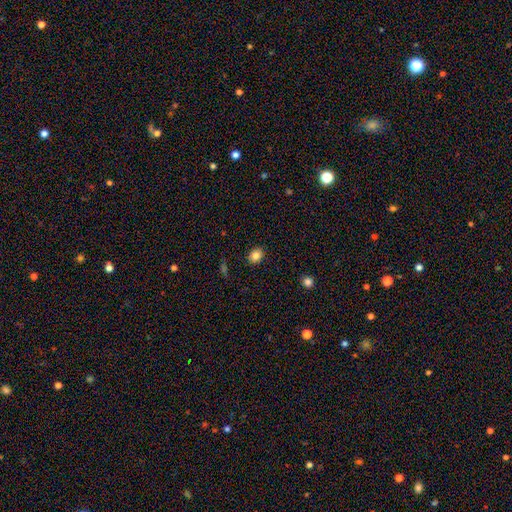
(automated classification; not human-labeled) This appears to be a smooth galaxy with no disk features (83%) that is round (61%). Merging: none (89%).